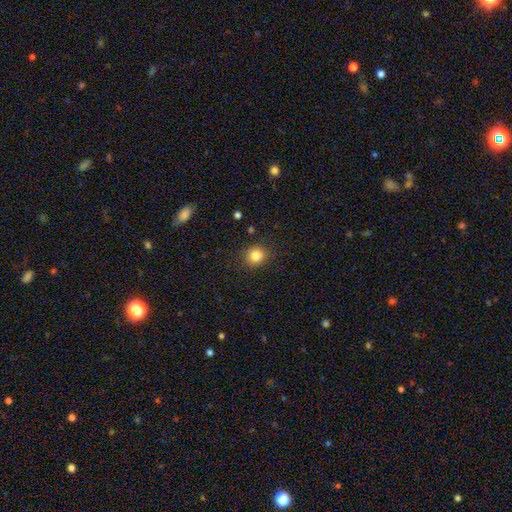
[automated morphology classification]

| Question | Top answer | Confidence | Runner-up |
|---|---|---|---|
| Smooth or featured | smooth | 84% | star or artifact (11%) |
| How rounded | round | 88% | in between (11%) |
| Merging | none | 88% | minor disturbance (8%) |